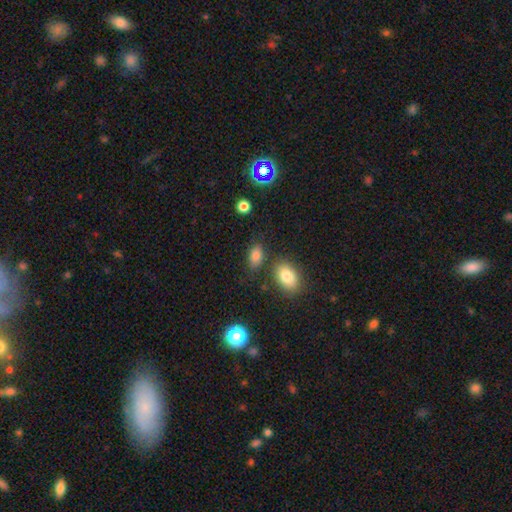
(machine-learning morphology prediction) Smooth or featured?
  - smooth: 82% *
  - star or artifact: 11%
  - featured or disk: 7%
How rounded?
  - in between: 87% *
  - round: 10%
  - cigar-shaped: 3%
Merging?
  - none: 75% *
  - minor disturbance: 14%
  - merger: 7%
  - major disturbance: 4%